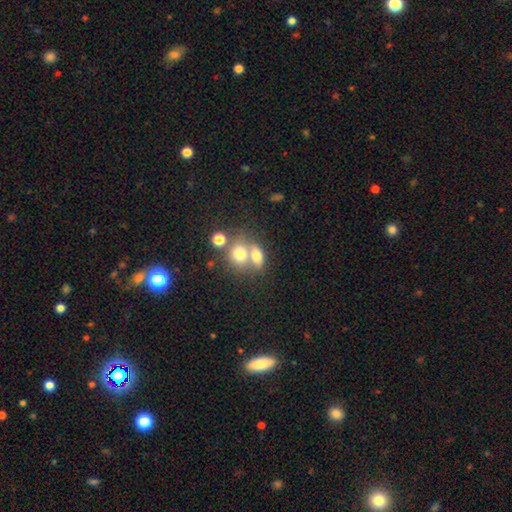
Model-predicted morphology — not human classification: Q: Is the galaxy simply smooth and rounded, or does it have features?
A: smooth — 71%.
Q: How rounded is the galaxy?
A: in between — 59%.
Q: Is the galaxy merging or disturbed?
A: merger — 55%.